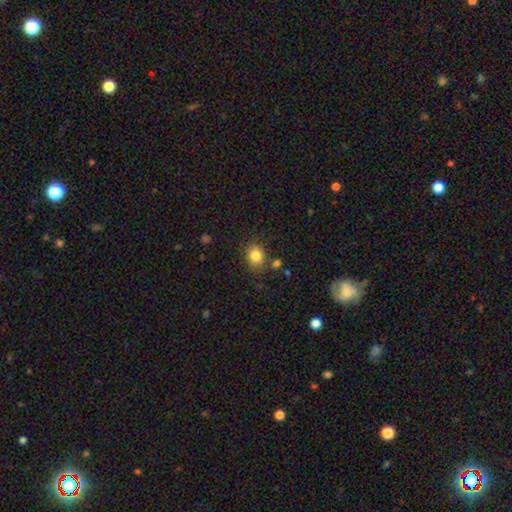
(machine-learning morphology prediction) smooth-or-featured: smooth: 83% | star or artifact: 10% | featured or disk: 6%
  how-rounded: round: 63% | in between: 37% | cigar-shaped: 1%
  merging: none: 80% | minor disturbance: 12% | merger: 5% | major disturbance: 4%